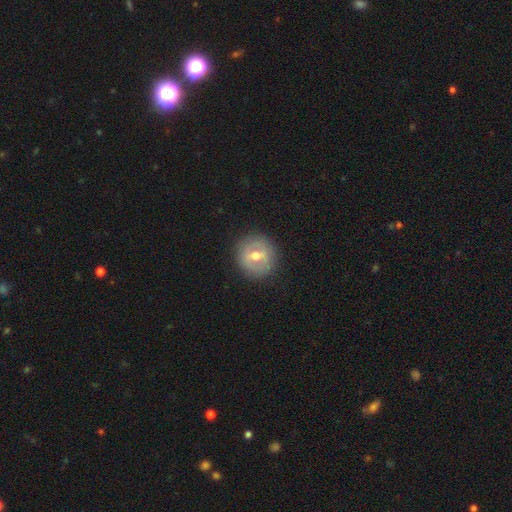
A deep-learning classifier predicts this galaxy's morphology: smooth-or-featured: featured or disk: 57% | smooth: 36% | star or artifact: 7%
  disk-edge-on: no: 93% | yes: 7%
    bar: weak: 44% | strong: 37% | no: 19%
    has-spiral-arms: no: 76% | yes: 24%
    bulge-size: moderate: 78% | small: 14% | large: 7% | none: 1% | dominant: 1%
  merging: none: 86% | minor disturbance: 9% | major disturbance: 3% | merger: 1%